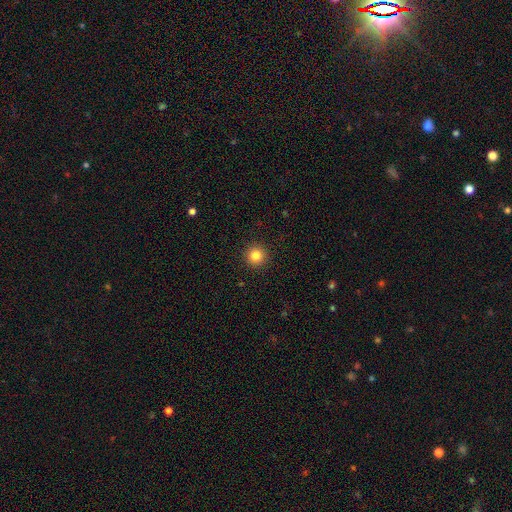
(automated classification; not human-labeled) smooth 83%, star or artifact 12%, featured or disk 5%. Down the decision tree: how rounded — round (96%); merging — none (93%).